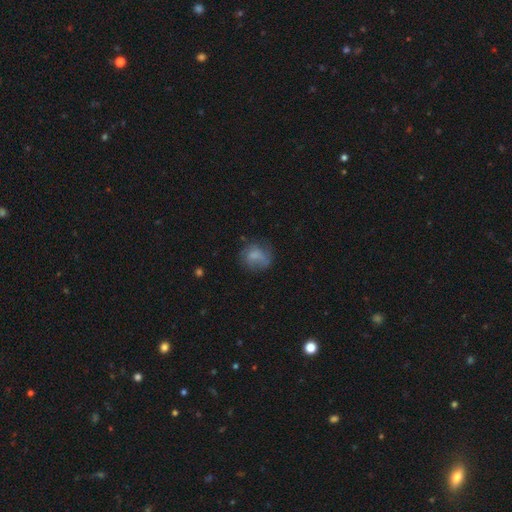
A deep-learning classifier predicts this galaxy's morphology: Overall: smooth (66%). How rounded: round (70%). Merging: none (57%; minor disturbance 25%).